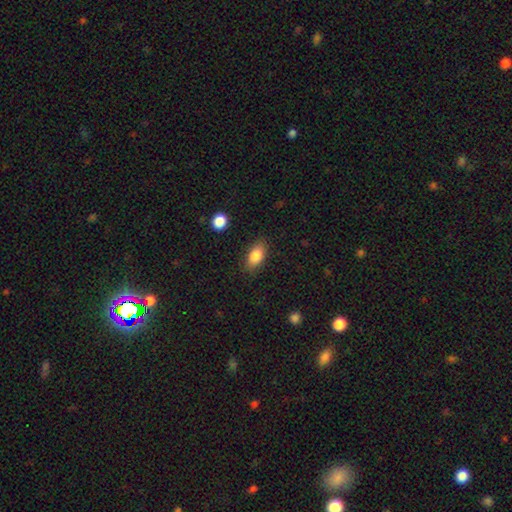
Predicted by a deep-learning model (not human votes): Smooth or featured? smooth (85%)
How rounded? in between (88%)
Merging? none (85%)